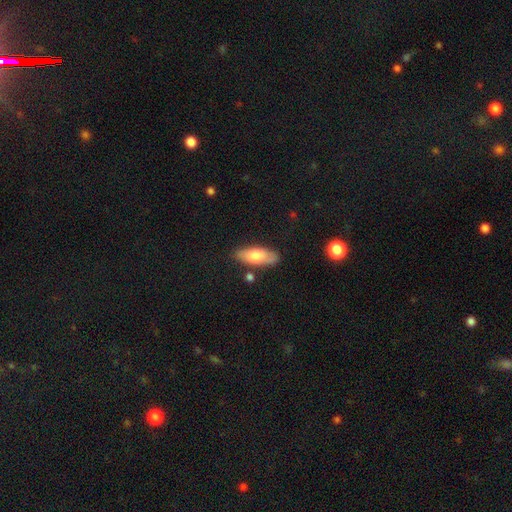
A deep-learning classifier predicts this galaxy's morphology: smooth_or_featured: smooth (p=0.73) [alt: featured or disk p=0.21]
how_rounded: in between (p=0.73) [alt: cigar-shaped p=0.24]
merging: none (p=0.76) [alt: minor disturbance p=0.16]